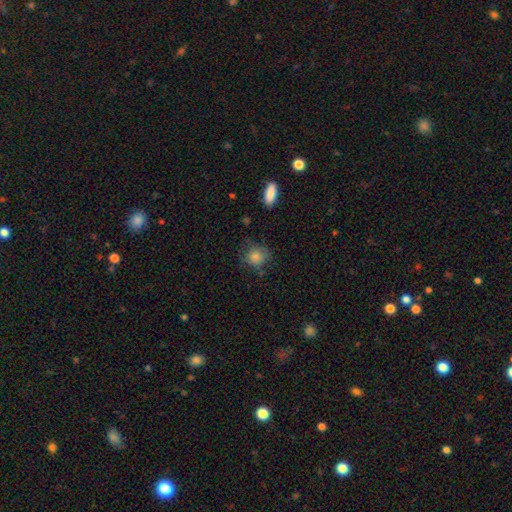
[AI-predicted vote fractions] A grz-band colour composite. It shows a smooth galaxy with no disk features (78%) that is round (81%). Merging: none (69%).